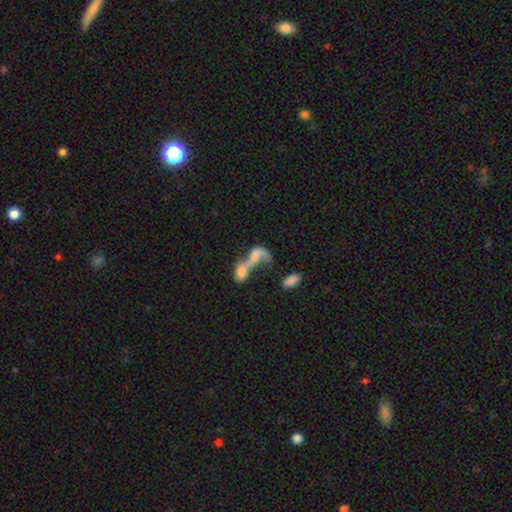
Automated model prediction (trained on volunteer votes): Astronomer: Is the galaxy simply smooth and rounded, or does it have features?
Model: smooth — 47% (runner-up: featured or disk, 41%).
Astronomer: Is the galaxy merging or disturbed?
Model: merger — 76%.